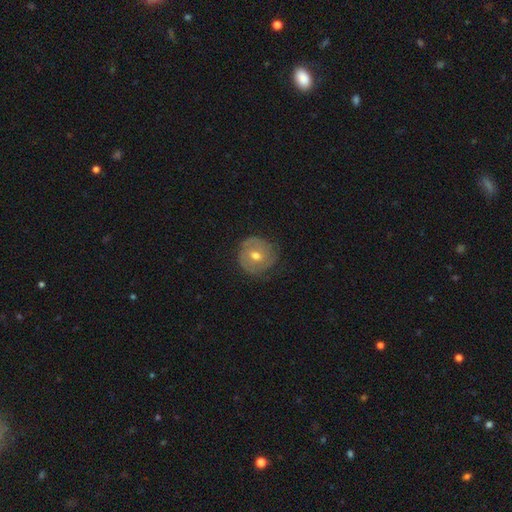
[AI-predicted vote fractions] Smooth or featured?
  - featured or disk: 52% *
  - smooth: 40%
  - star or artifact: 8%
Edge-on disk?
  - no: 96% *
  - yes: 4%
Merging?
  - none: 70% *
  - minor disturbance: 22%
  - major disturbance: 7%
  - merger: 1%